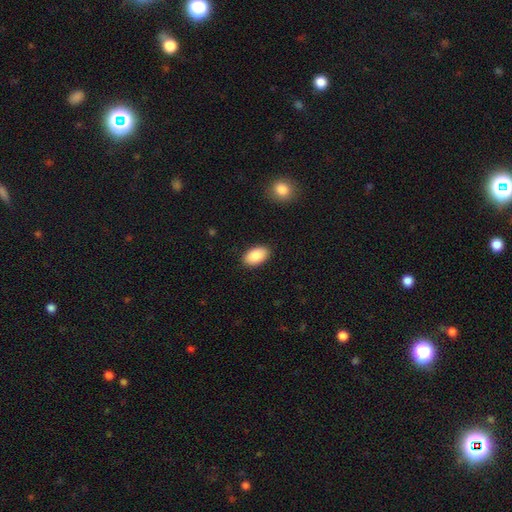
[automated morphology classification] Smooth or featured? Predicted: smooth (p=0.88). How rounded? Predicted: in between (p=0.94). Merging? Predicted: none (p=0.89).